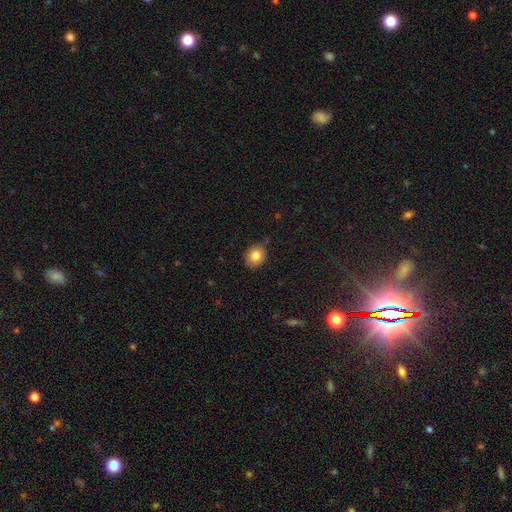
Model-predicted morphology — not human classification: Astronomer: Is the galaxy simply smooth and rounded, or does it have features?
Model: smooth — 82%.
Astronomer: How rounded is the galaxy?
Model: round — 60% (runner-up: in between, 39%).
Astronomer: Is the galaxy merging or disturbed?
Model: none — 83%.